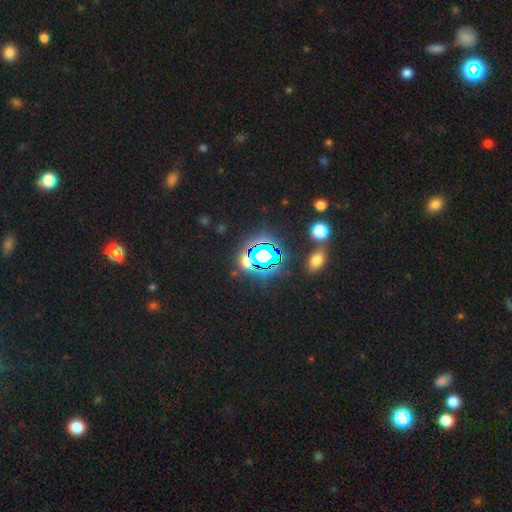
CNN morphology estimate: This is likely a star or artifact rather than a galaxy (78%).